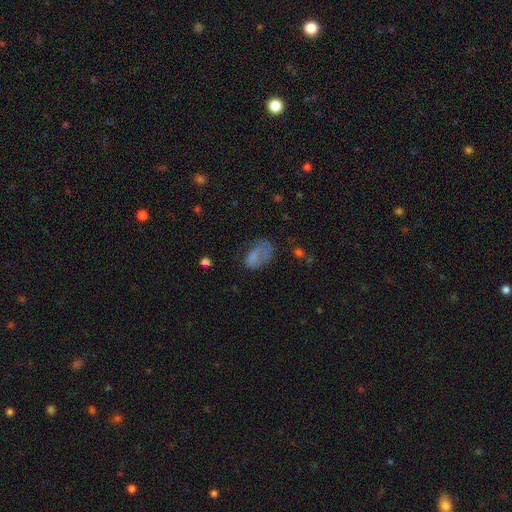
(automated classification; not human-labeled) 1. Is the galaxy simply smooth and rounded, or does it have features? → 63% smooth, 24% featured or disk, 13% star or artifact.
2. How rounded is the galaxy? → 88% in between, 10% round, 2% cigar-shaped.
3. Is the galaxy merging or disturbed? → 39% major disturbance, 31% none, 25% minor disturbance, 5% merger.